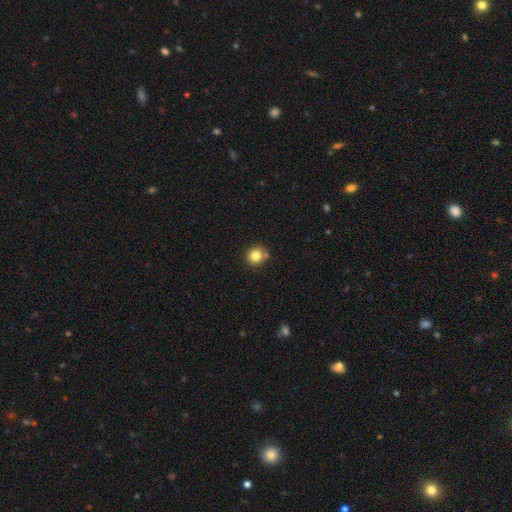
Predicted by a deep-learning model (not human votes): A smooth galaxy with no disk features (82%) that is round (88%).

Vote fractions:
- Smooth or featured? smooth: 82% / star or artifact: 11% / featured or disk: 7%
- How rounded? round: 88% / in between: 11% / cigar-shaped: 1%
- Merging? none: 76% / merger: 11% / minor disturbance: 10% / major disturbance: 3%